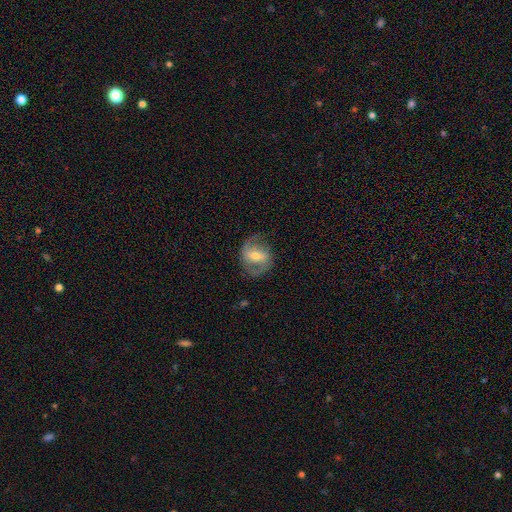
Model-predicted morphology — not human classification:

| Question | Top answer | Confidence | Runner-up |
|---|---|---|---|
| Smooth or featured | featured or disk | 75% | smooth (19%) |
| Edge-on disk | no | 96% | yes (4%) |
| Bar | weak | 44% | strong (37%) |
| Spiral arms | yes | 87% | no (13%) |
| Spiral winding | medium | 50% | loose (29%) |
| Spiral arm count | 2 | 86% | can't tell (7%) |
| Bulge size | moderate | 60% | small (33%) |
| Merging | none | 75% | minor disturbance (16%) |